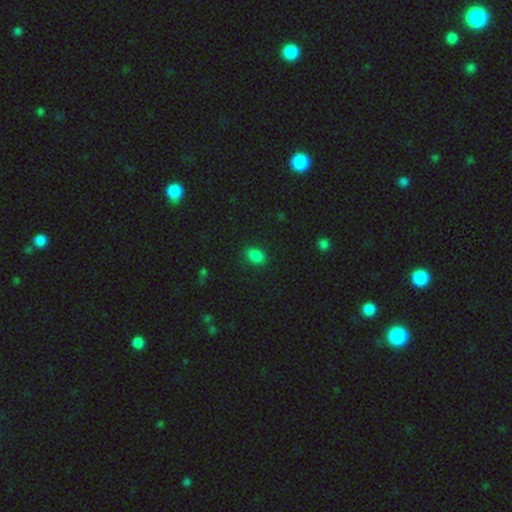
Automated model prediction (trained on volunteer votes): Smooth or featured? smooth (83%)
How rounded? in between (78%)
Merging? none (84%)